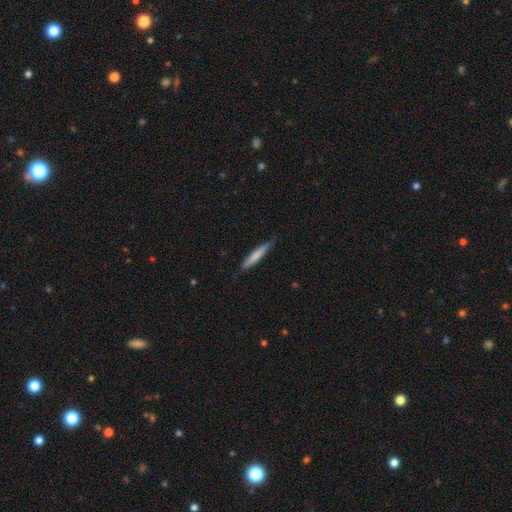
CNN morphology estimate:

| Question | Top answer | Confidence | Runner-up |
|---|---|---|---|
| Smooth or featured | smooth | 70% | featured or disk (25%) |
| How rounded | cigar-shaped | 93% | in between (5%) |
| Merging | none | 80% | minor disturbance (17%) |